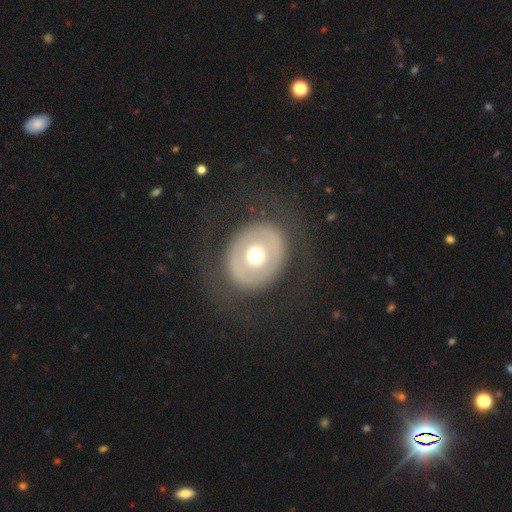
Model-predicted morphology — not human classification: This is possibly a featured or disk galaxy (50%). Merging: likely none (76%).